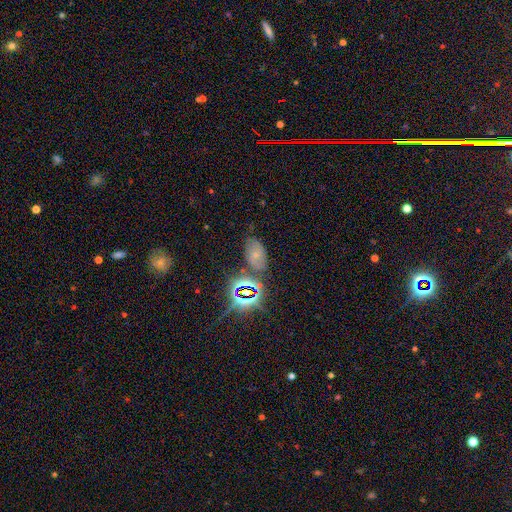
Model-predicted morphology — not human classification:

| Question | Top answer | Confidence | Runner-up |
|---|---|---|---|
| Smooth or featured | star or artifact | 43% | smooth (33%) |